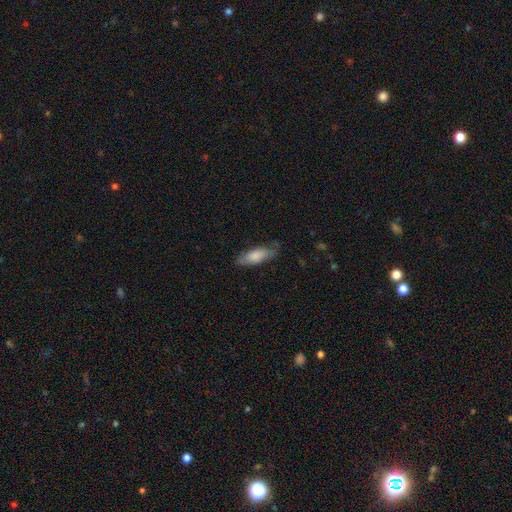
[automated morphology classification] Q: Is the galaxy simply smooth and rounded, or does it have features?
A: smooth — 75%.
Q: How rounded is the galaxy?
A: in between — 65%.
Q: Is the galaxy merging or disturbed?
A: none — 69%.